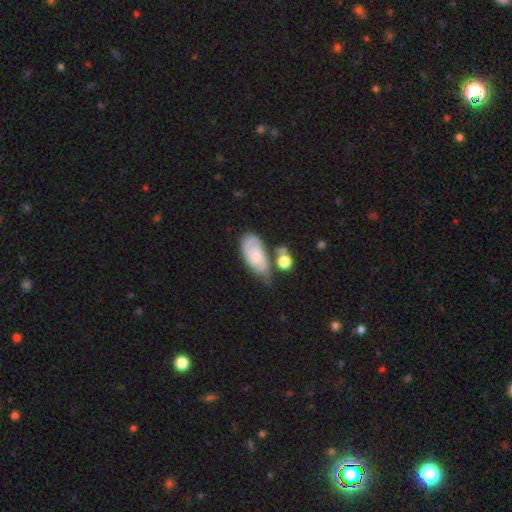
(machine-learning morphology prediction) smooth-or-featured: smooth: 48% | featured or disk: 45% | star or artifact: 7%
  merging: none: 40% | minor disturbance: 31% | merger: 16% | major disturbance: 13%